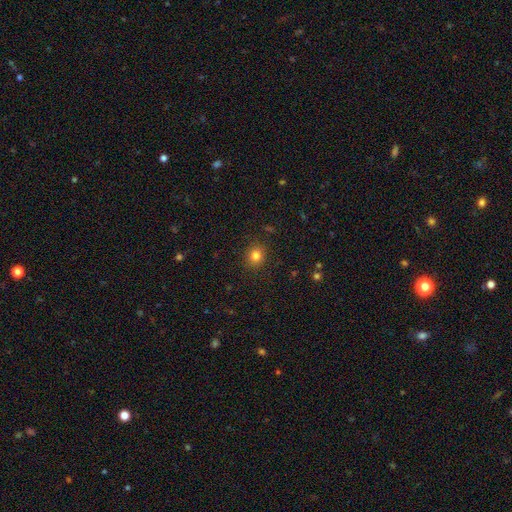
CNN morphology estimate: type=smooth (81%); roundness=round (82%); merging=none (89%).